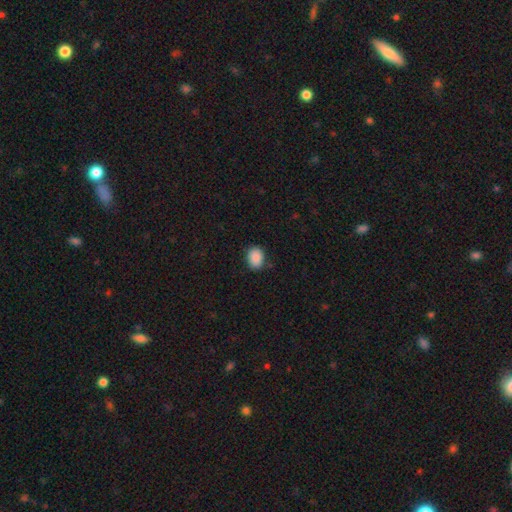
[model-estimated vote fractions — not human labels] Smooth or featured?
  - smooth: 88% *
  - star or artifact: 8%
  - featured or disk: 4%
How rounded?
  - in between: 63% *
  - round: 36%
  - cigar-shaped: 1%
Merging?
  - none: 83% *
  - minor disturbance: 14%
  - major disturbance: 3%
  - merger: 1%